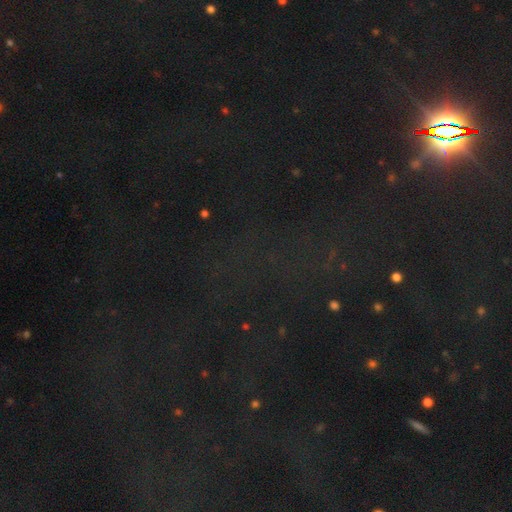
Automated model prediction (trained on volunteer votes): star or artifact 82%, smooth 11%, featured or disk 8%.